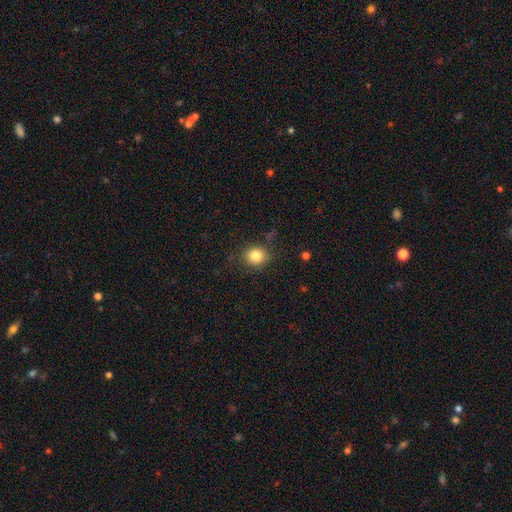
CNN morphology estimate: smooth 83%, star or artifact 11%, featured or disk 6%. Down the decision tree: how rounded — round (79%); merging — none (83%).